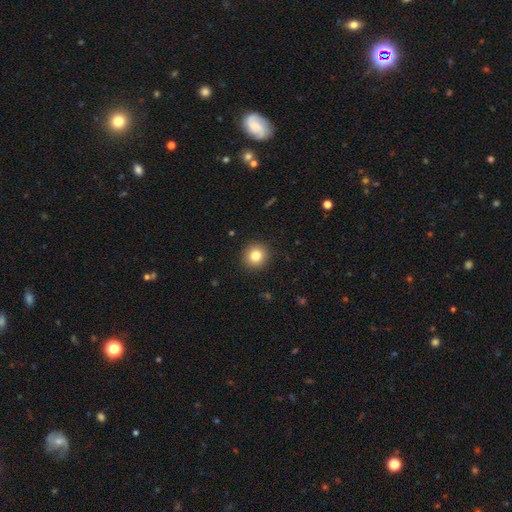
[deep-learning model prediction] Overall: smooth (82%). How rounded: round (93%). Merging: none (92%).